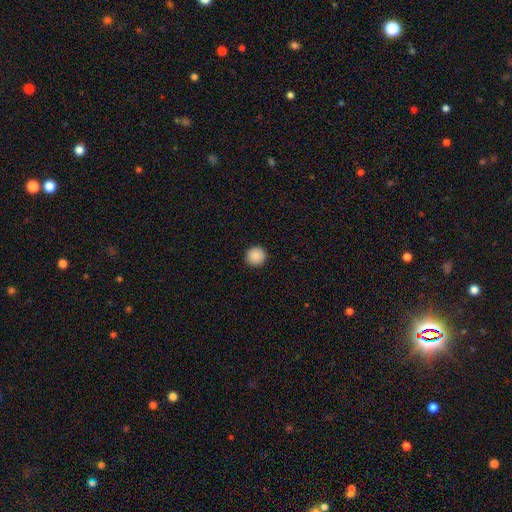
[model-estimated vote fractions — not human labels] This appears to be a smooth galaxy with no disk features (89%) that is round (94%). Merging: none (93%).